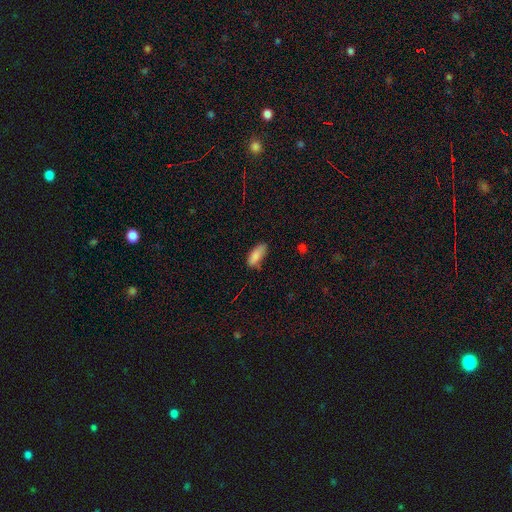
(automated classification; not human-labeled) Smooth or featured?
  - smooth: 86% *
  - star or artifact: 7%
  - featured or disk: 6%
How rounded?
  - in between: 81% *
  - cigar-shaped: 17%
  - round: 2%
Merging?
  - none: 67% *
  - minor disturbance: 25%
  - major disturbance: 5%
  - merger: 3%